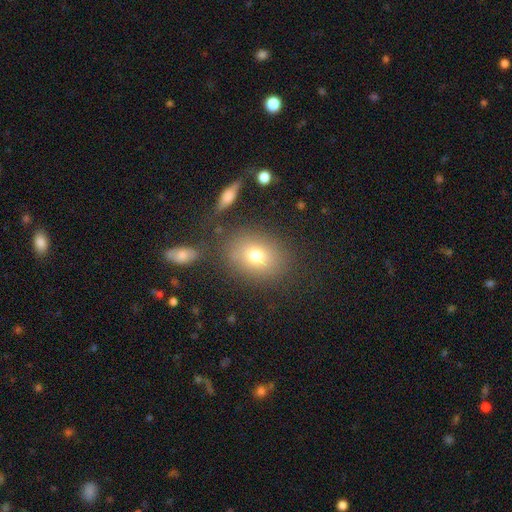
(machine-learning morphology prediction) smooth 74%, featured or disk 13%, star or artifact 12%. Down the decision tree: how rounded — in between (53%); merging — none (77%).